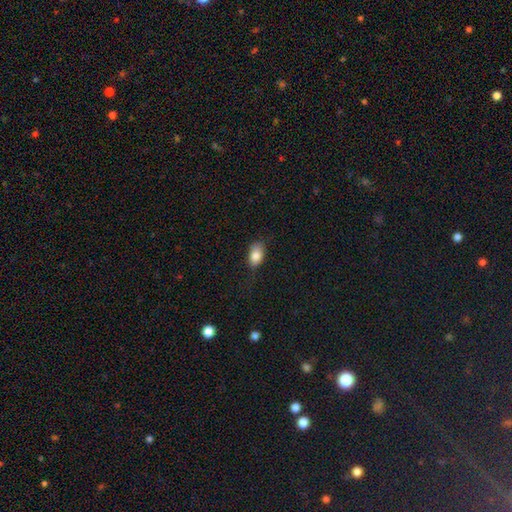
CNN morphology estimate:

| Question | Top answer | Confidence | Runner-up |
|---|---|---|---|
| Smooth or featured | smooth | 84% | star or artifact (8%) |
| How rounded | in between | 86% | round (11%) |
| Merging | none | 64% | minor disturbance (27%) |